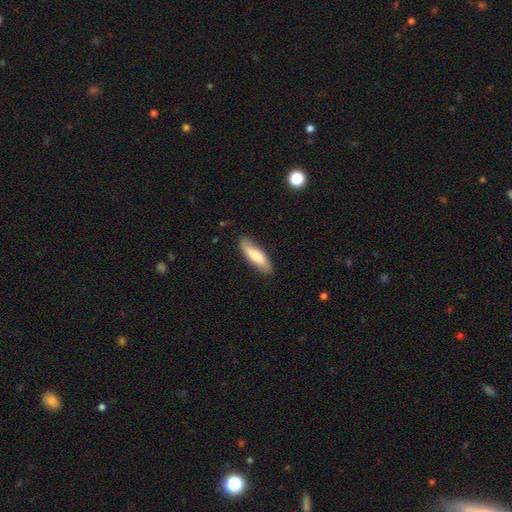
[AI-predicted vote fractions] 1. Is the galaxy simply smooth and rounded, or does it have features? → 73% smooth, 22% featured or disk, 6% star or artifact.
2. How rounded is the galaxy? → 53% cigar-shaped, 46% in between, 2% round.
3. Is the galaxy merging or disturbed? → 82% none, 14% minor disturbance, 3% major disturbance, 1% merger.